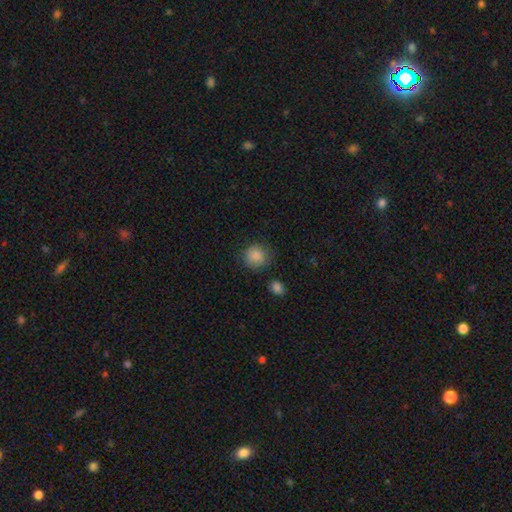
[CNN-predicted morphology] Q: Smooth or featured?
A: smooth (87%); runner-up: star or artifact (9%)
Q: How rounded?
A: round (90%); runner-up: in between (9%)
Q: Merging?
A: none (82%); runner-up: minor disturbance (12%)